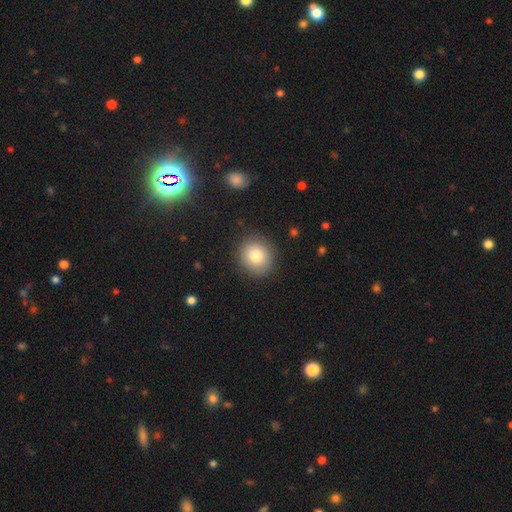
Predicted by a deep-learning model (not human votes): Smooth or featured?
  - smooth: 80% *
  - featured or disk: 10%
  - star or artifact: 9%
How rounded?
  - round: 86% *
  - in between: 13%
  - cigar-shaped: 1%
Merging?
  - none: 88% *
  - minor disturbance: 8%
  - major disturbance: 3%
  - merger: 1%